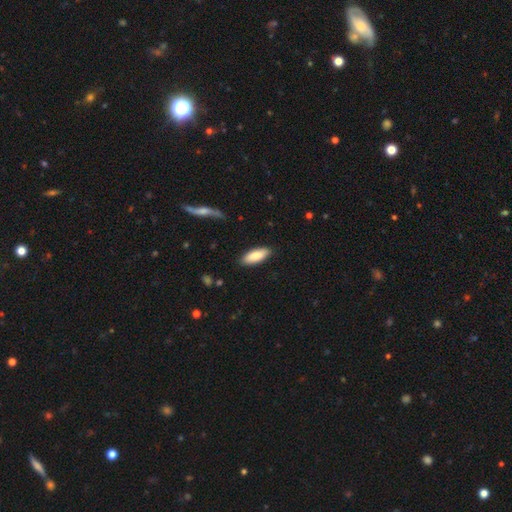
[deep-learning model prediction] Smooth or featured? smooth (85%)
How rounded? in between (72%)
Merging? none (87%)